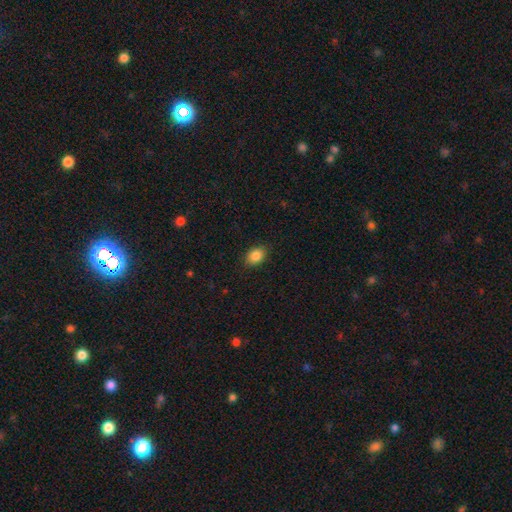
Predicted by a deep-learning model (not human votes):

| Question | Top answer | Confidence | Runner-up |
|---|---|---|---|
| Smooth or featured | smooth | 86% | star or artifact (9%) |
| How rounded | in between | 77% | round (22%) |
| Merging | none | 87% | minor disturbance (9%) |